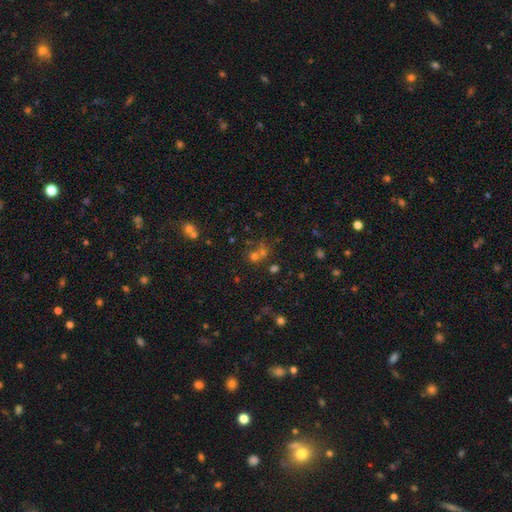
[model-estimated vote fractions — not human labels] Smooth or featured? smooth (47%)
Merging? none (52%)